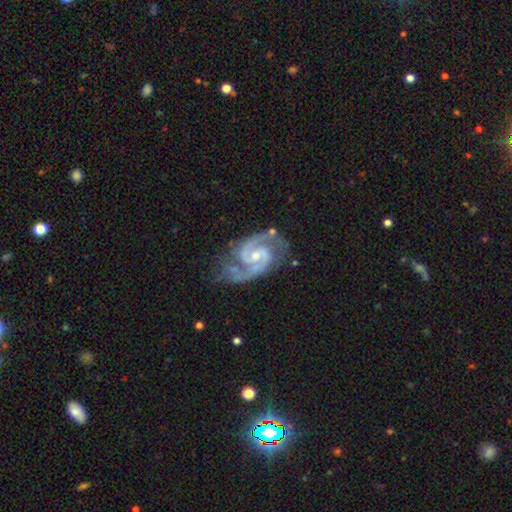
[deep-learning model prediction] smooth_or_featured: featured or disk (p=0.94) [alt: star or artifact p=0.04]
disk_edge_on: no (p=0.98) [alt: yes p=0.02]
bar: weak (p=0.49) [alt: no p=0.38]
has_spiral_arms: yes (p=0.99) [alt: no p=0.01]
spiral_winding: medium (p=0.64) [alt: tight p=0.26]
spiral_arm_count: 2 (p=0.93) [alt: 3 p=0.02]
bulge_size: small (p=0.57) [alt: moderate p=0.38]
merging: none (p=0.70) [alt: minor disturbance p=0.20]